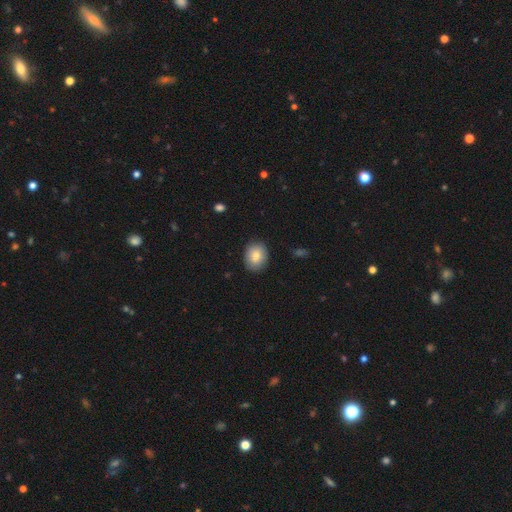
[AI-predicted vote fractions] Morphology: type=smooth (80%); roundness=in between (53%); merging=none (87%).